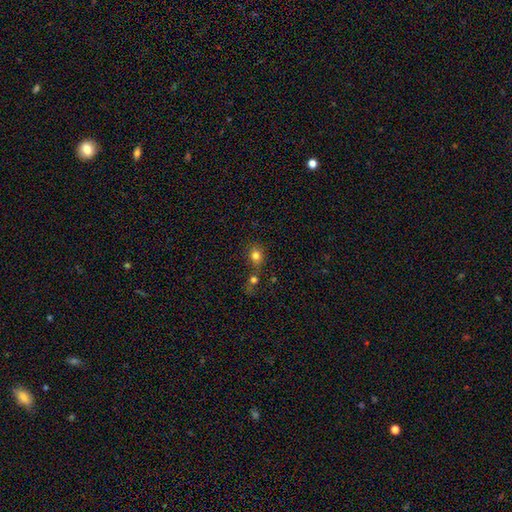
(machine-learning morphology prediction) This appears to be a smooth galaxy with no disk features (78%) that is round (63%). Merging: none (51%).